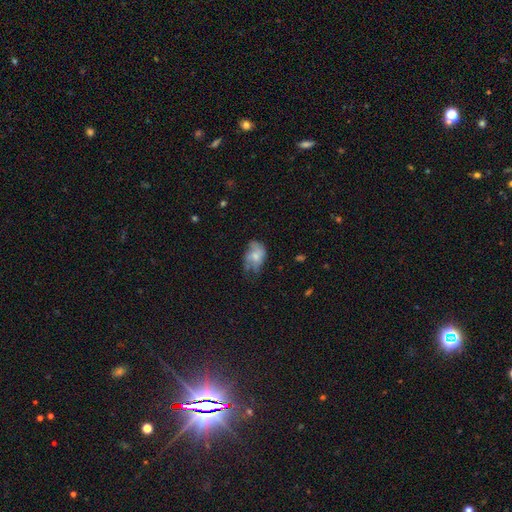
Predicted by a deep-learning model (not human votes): smooth-or-featured: smooth: 58% | featured or disk: 33% | star or artifact: 9%
  how-rounded: in between: 81% | round: 17% | cigar-shaped: 1%
  merging: none: 37% | minor disturbance: 35% | major disturbance: 26% | merger: 3%